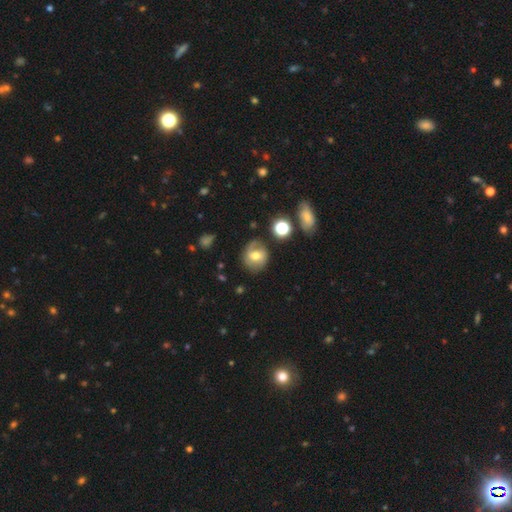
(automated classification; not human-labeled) This appears to be a smooth galaxy with no disk features (50%) that is round (75%). Merging: none (71%).